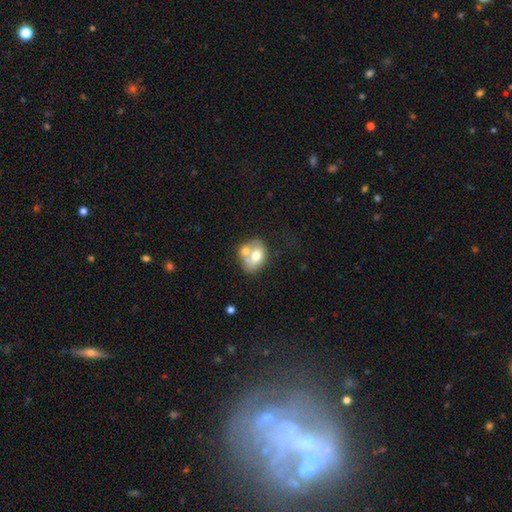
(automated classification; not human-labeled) smooth 63%, featured or disk 29%, star or artifact 8%. Down the decision tree: how rounded — in between (64%); merging — merger (50%).